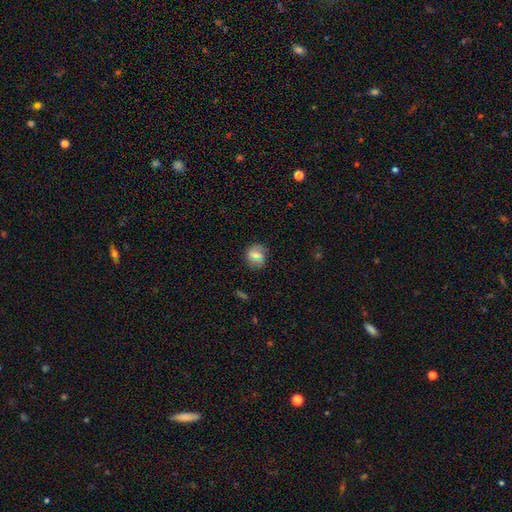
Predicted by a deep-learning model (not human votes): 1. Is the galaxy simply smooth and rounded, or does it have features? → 65% smooth, 19% featured or disk, 16% star or artifact.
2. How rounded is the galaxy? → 77% round, 21% in between, 2% cigar-shaped.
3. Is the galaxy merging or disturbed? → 81% none, 13% minor disturbance, 4% major disturbance, 2% merger.